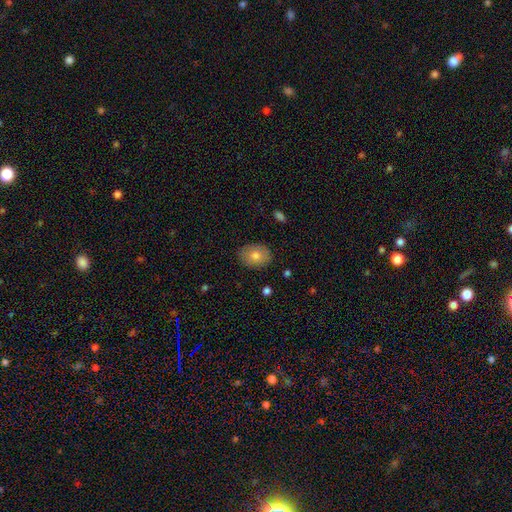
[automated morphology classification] This appears to be a smooth galaxy with no disk features (76%) that is in between round and cigar-shaped (63%). Merging: none (86%).